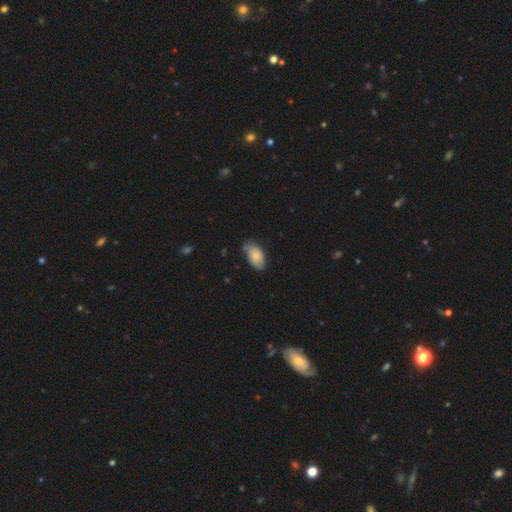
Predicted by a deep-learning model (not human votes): A smooth galaxy with no disk features (79%) that is in between round and cigar-shaped (93%).

Vote fractions:
- Smooth or featured? smooth: 79% / featured or disk: 14% / star or artifact: 7%
- How rounded? in between: 93% / round: 4% / cigar-shaped: 2%
- Merging? none: 52% / minor disturbance: 39% / major disturbance: 7% / merger: 2%